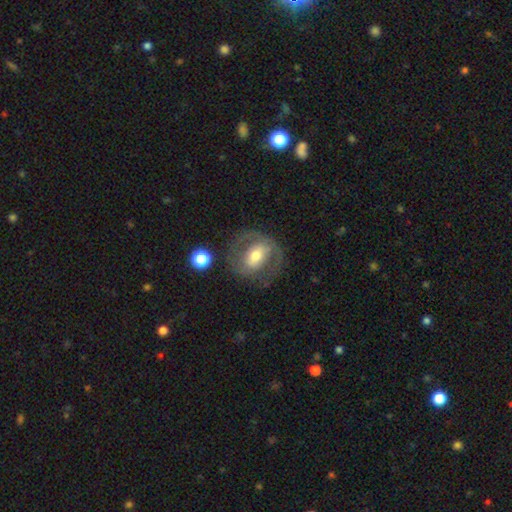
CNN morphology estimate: A featured or disk galaxy (59%) with a weak bar (36%), spiral arms (52%) and a moderate central bulge (65%). Merging: none (65%).